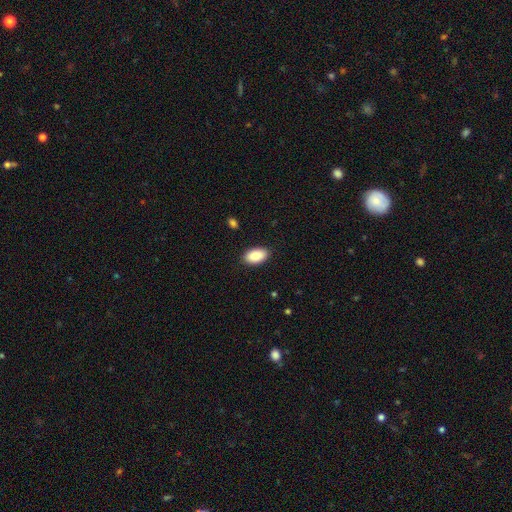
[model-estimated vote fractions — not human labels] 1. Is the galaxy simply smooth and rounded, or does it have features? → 90% smooth, 6% star or artifact, 4% featured or disk.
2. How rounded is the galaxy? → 95% in between, 4% round, 1% cigar-shaped.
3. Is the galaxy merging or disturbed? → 88% none, 9% minor disturbance, 2% major disturbance, 1% merger.